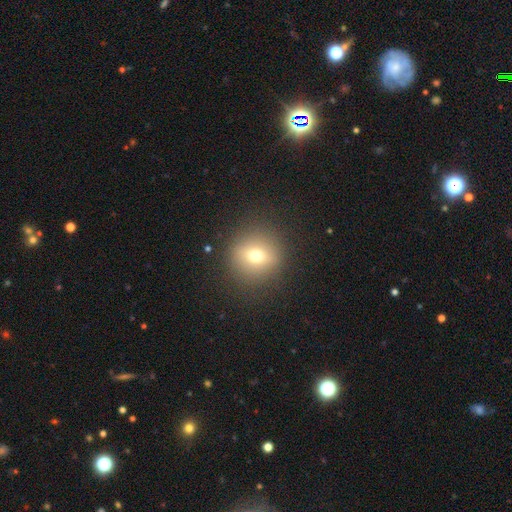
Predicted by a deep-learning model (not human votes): This is likely a smooth galaxy (67%). How rounded: clearly round (92%). Merging: clearly none (89%).